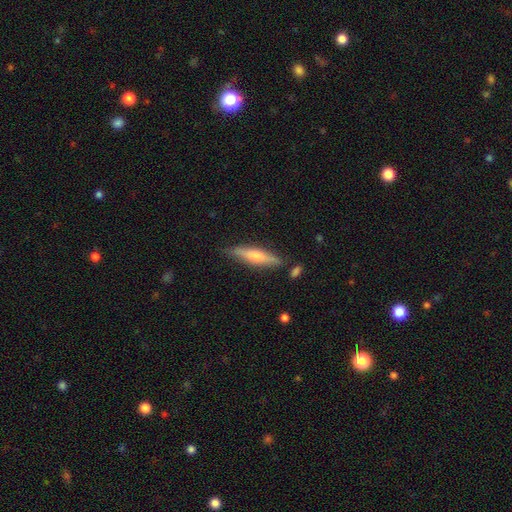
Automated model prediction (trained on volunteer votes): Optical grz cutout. It shows a featured or disk galaxy (50%) viewed edge-on (93%). Merging: none (83%).